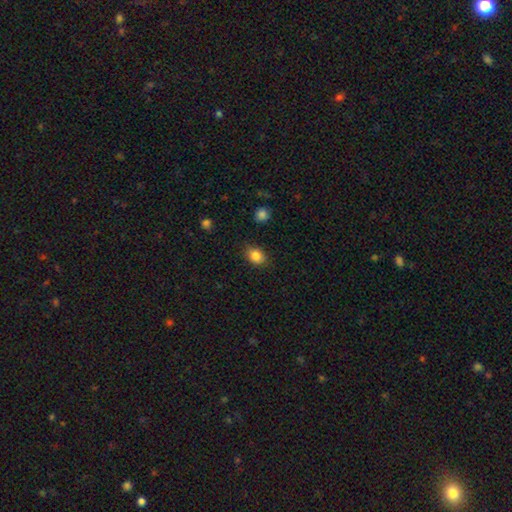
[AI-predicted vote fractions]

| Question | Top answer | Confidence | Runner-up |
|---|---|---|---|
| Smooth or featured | smooth | 84% | star or artifact (10%) |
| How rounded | in between | 65% | round (34%) |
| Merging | none | 85% | minor disturbance (11%) |